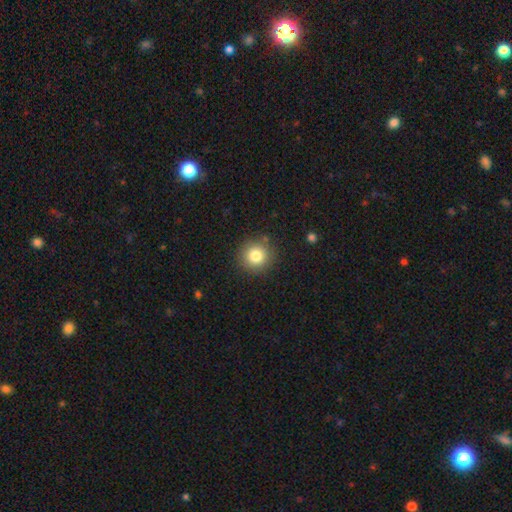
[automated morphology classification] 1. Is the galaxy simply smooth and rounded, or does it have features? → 81% smooth, 11% star or artifact, 8% featured or disk.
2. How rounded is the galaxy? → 92% round, 7% in between, 1% cigar-shaped.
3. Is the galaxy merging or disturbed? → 88% none, 8% minor disturbance, 3% major disturbance, 2% merger.